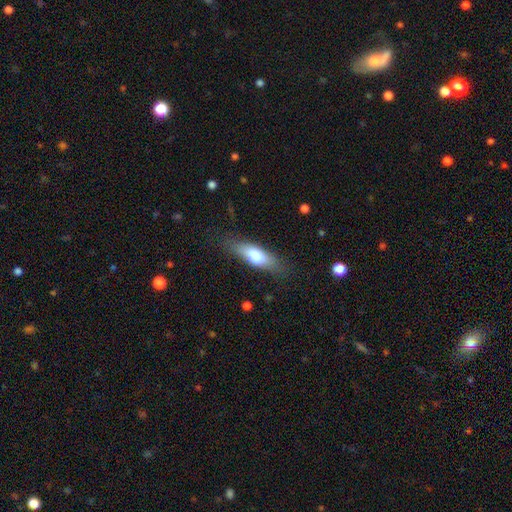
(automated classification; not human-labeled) A smooth galaxy with no disk features (70%) that is in between round and cigar-shaped (58%).

Vote fractions:
- Smooth or featured? smooth: 70% / featured or disk: 23% / star or artifact: 7%
- How rounded? in between: 58% / cigar-shaped: 39% / round: 2%
- Merging? none: 74% / minor disturbance: 18% / major disturbance: 7% / merger: 1%